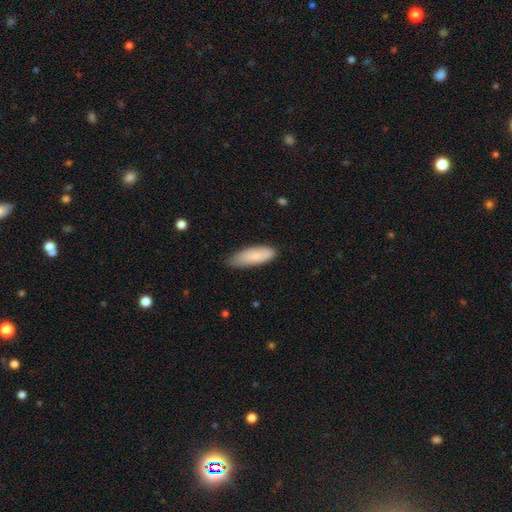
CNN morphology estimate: Smooth or featured? smooth (81%)
How rounded? in between (61%)
Merging? none (67%)